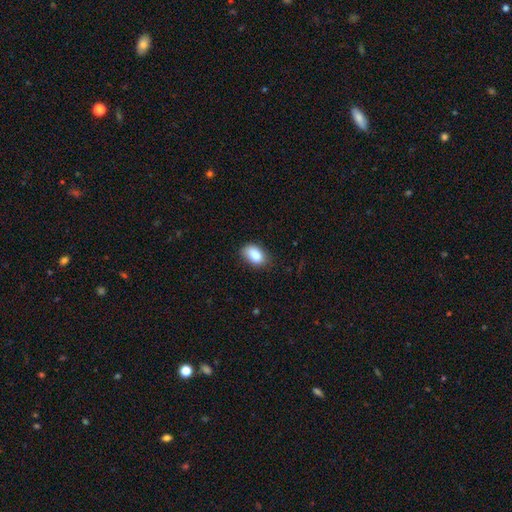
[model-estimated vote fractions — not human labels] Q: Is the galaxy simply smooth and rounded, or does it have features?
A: smooth — 84%.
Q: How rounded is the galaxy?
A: in between — 86%.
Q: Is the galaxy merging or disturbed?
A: none — 78%.